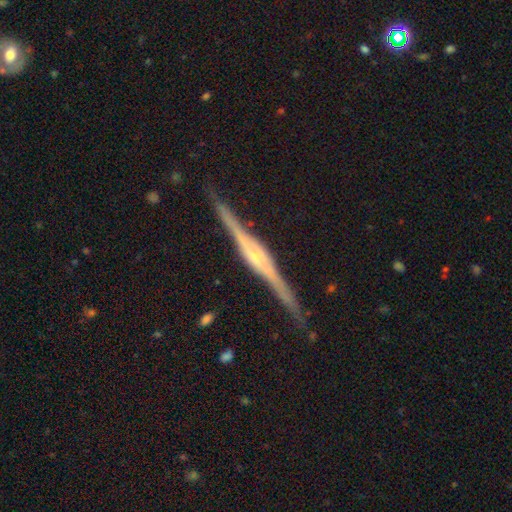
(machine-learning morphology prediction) Smooth or featured?
  - featured or disk: 88% *
  - smooth: 6%
  - star or artifact: 6%
Edge-on disk?
  - yes: 98% *
  - no: 2%
Edge-on bulge?
  - rounded: 58% *
  - boxy: 34%
  - none: 8%
Merging?
  - none: 89% *
  - minor disturbance: 8%
  - major disturbance: 2%
  - merger: 1%